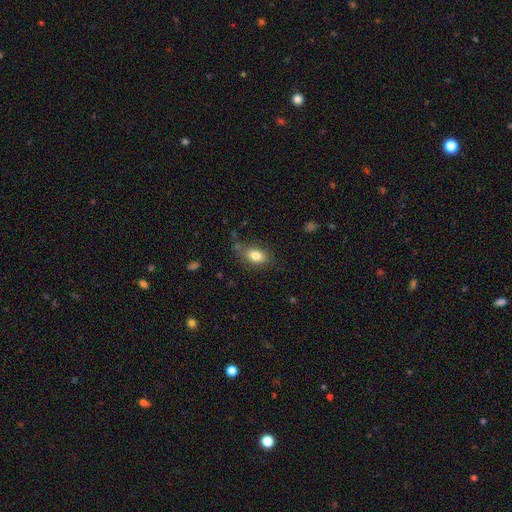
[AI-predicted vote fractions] This appears to be a smooth galaxy with no disk features (83%) that is in between round and cigar-shaped (83%). Merging: none (72%).